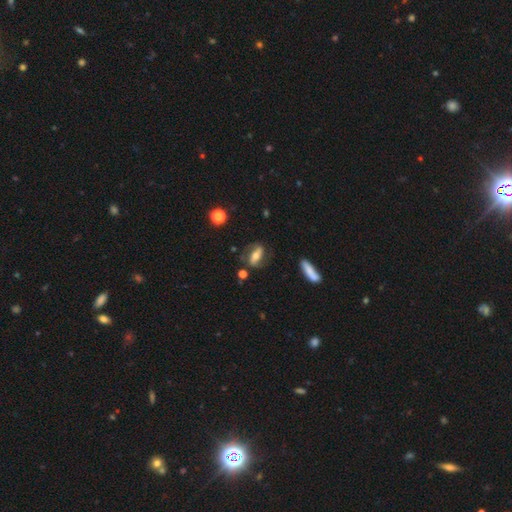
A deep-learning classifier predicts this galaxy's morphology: Smooth or featured? featured or disk (60%)
Edge-on disk? no (83%)
Merging? none (69%)